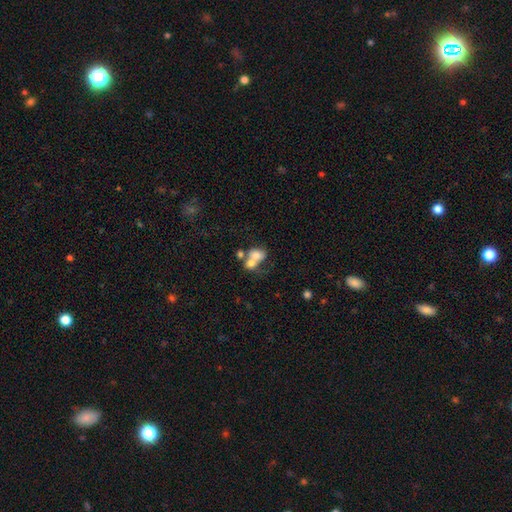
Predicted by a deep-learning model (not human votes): This appears to be a smooth galaxy with no disk features (66%) that is in between round and cigar-shaped (61%). Merging: merger (66%).